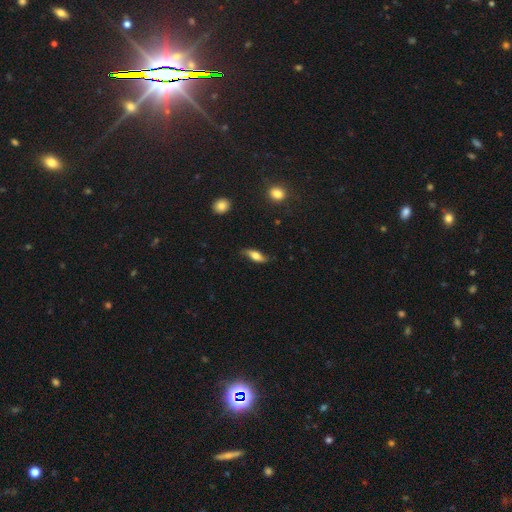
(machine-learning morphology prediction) This is possibly a smooth galaxy (55%). How rounded: likely in between (63%). Merging: likely none (72%).